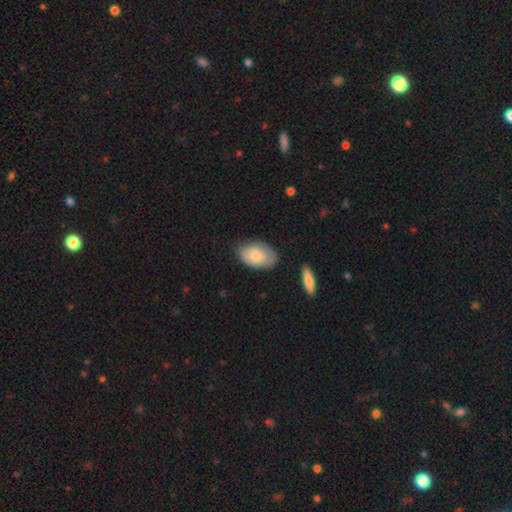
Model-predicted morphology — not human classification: smooth-or-featured: smooth: 76% | featured or disk: 18% | star or artifact: 6%
  how-rounded: in between: 90% | round: 8% | cigar-shaped: 1%
  merging: none: 73% | minor disturbance: 20% | major disturbance: 5% | merger: 2%